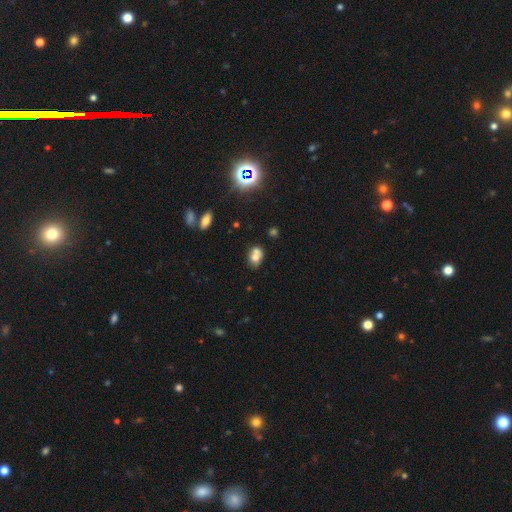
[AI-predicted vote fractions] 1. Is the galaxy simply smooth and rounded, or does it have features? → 68% smooth, 19% featured or disk, 13% star or artifact.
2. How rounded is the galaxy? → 61% in between, 38% round, 1% cigar-shaped.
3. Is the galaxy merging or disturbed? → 48% merger, 35% none, 12% minor disturbance, 4% major disturbance.